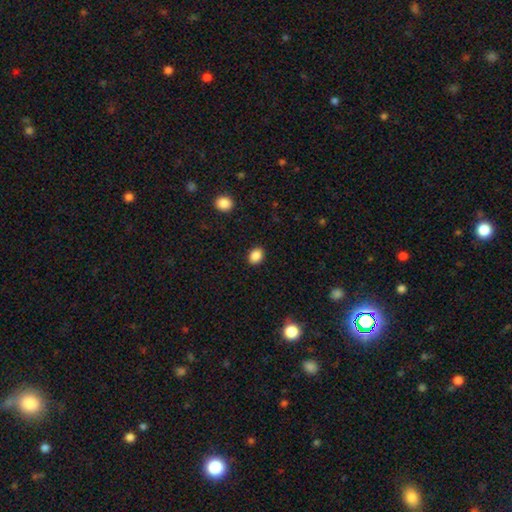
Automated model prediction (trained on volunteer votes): A smooth galaxy with no disk features (88%) that is in between round and cigar-shaped (58%). Merging: none (89%).